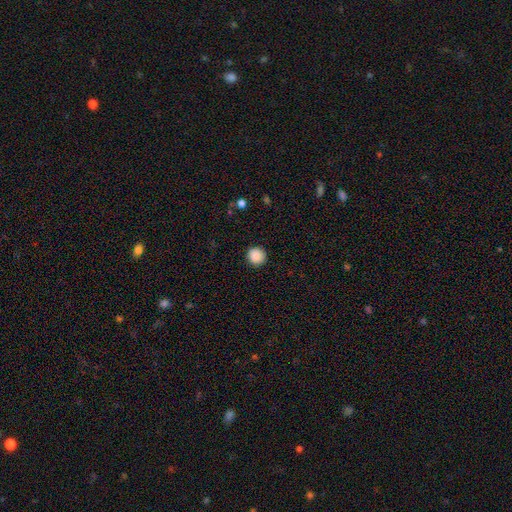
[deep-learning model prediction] smooth-or-featured: smooth: 88% | star or artifact: 9% | featured or disk: 2%
  how-rounded: round: 95% | in between: 4% | cigar-shaped: 1%
  merging: none: 92% | minor disturbance: 5% | major disturbance: 2% | merger: 1%